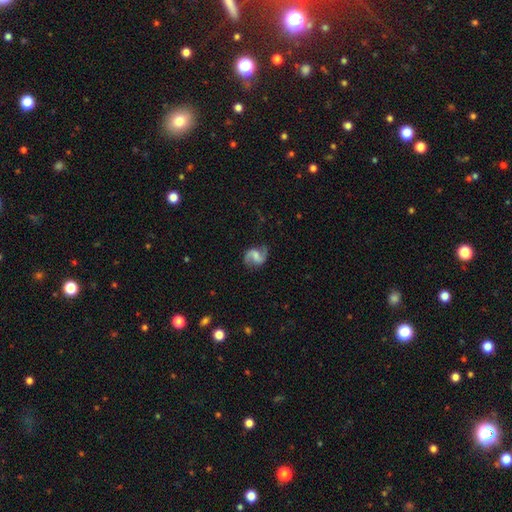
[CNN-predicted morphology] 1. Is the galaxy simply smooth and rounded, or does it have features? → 86% featured or disk, 8% smooth, 6% star or artifact.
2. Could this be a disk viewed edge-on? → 98% no, 2% yes.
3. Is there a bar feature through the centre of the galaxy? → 50% weak, 30% no, 20% strong.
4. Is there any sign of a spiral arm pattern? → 97% yes, 3% no.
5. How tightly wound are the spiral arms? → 46% loose, 43% medium, 10% tight.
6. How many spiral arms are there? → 93% 2, 2% can't tell, 2% 1, 1% 3, 1% 4, 1% more than 4.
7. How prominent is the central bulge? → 31% none (tied), 31% moderate (tied), 30% small, 7% large, 2% dominant.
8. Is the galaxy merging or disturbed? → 81% none, 13% minor disturbance, 5% major disturbance, 1% merger.